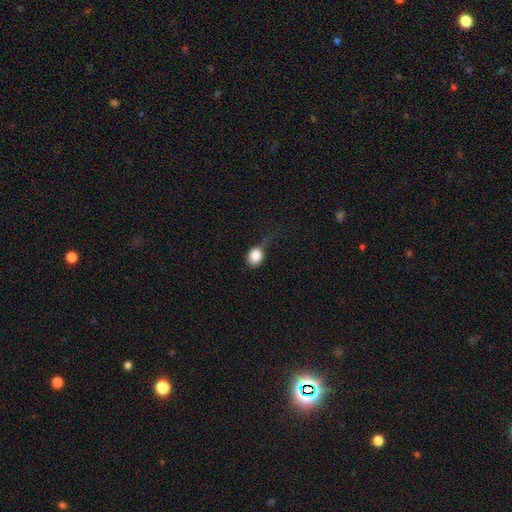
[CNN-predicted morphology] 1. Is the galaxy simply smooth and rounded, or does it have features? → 83% smooth, 10% star or artifact, 8% featured or disk.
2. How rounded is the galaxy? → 58% round, 40% in between, 1% cigar-shaped.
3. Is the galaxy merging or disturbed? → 38% none (tied), 38% minor disturbance (tied), 22% major disturbance, 3% merger.